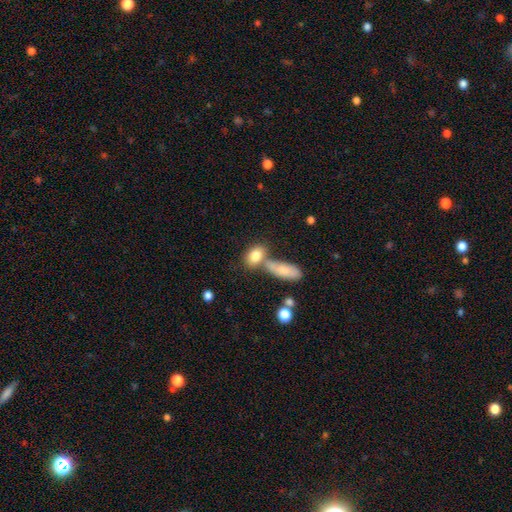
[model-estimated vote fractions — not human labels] Smooth or featured? smooth (81%)
How rounded? in between (78%)
Merging? none (46%)